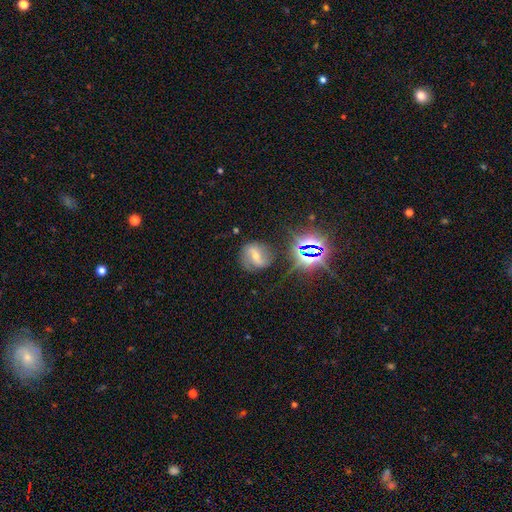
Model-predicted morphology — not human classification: Smooth or featured?
  - featured or disk: 53% *
  - star or artifact: 29%
  - smooth: 18%
Edge-on disk?
  - no: 94% *
  - yes: 6%
Bar?
  - strong: 52% *
  - weak: 33%
  - no: 14%
Spiral arms?
  - yes: 77% *
  - no: 23%
Bulge size?
  - small: 51% *
  - moderate: 41%
  - none: 4%
  - large: 3%
  - dominant: 1%
Merging?
  - none: 75% *
  - minor disturbance: 15%
  - major disturbance: 7%
  - merger: 3%